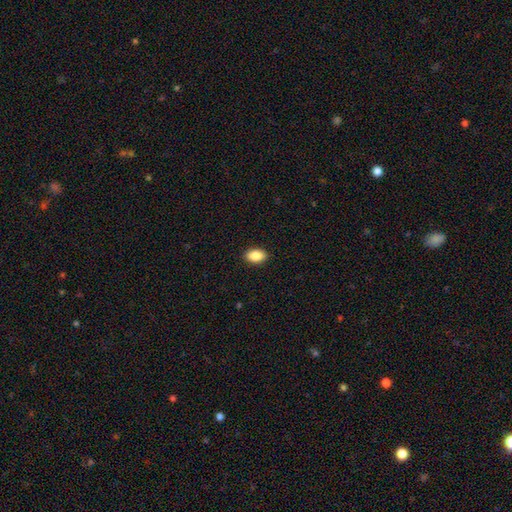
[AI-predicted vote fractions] Smooth or featured: smooth — 87% (star or artifact — 7%)
How rounded: in between — 90% (round — 8%)
Merging: none — 90% (minor disturbance — 7%)